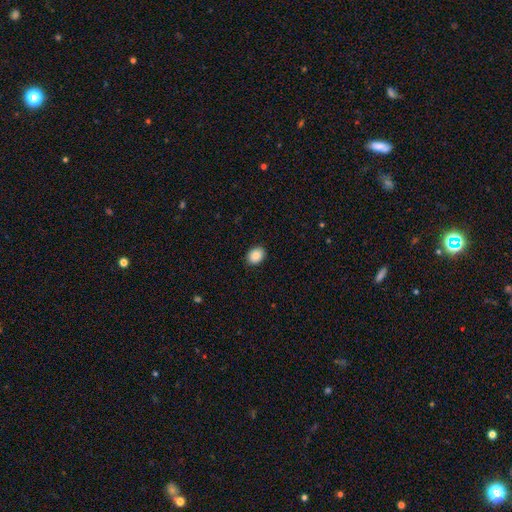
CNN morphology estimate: This appears to be a smooth galaxy with no disk features (87%) that is in between round and cigar-shaped (55%). Merging: none (91%).